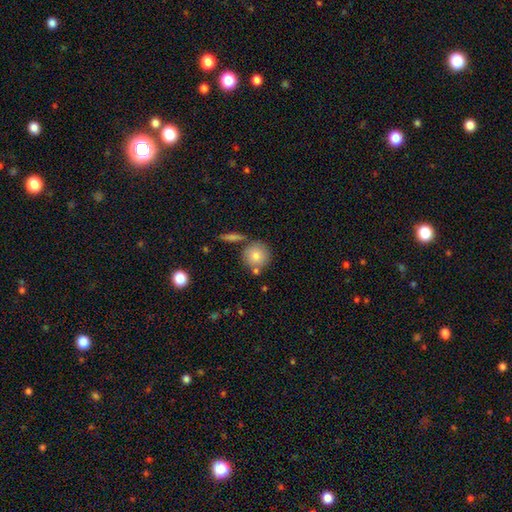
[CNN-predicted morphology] Smooth or featured? smooth (79%)
How rounded? round (92%)
Merging? none (72%)